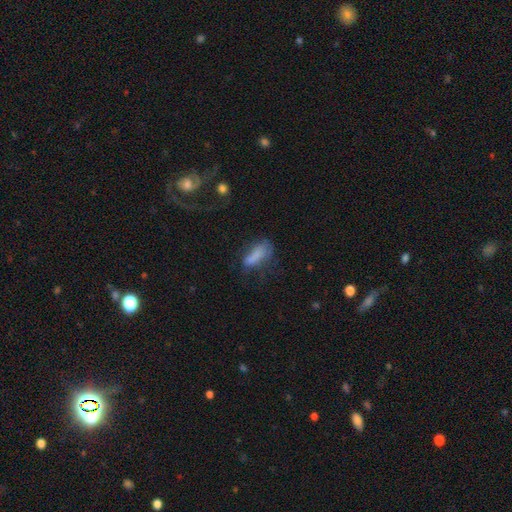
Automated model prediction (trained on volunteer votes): A smooth galaxy with no disk features (70%) that is in between round and cigar-shaped (68%). Merging: none (37%).